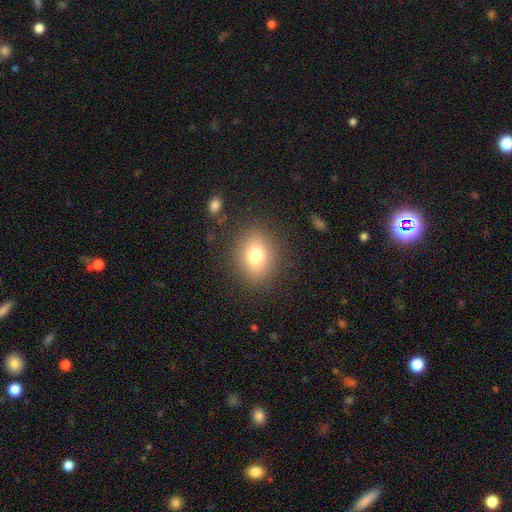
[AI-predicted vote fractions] smooth-or-featured: smooth: 75% | featured or disk: 13% | star or artifact: 12%
  how-rounded: round: 57% | in between: 41% | cigar-shaped: 1%
  merging: none: 85% | minor disturbance: 9% | major disturbance: 4% | merger: 1%